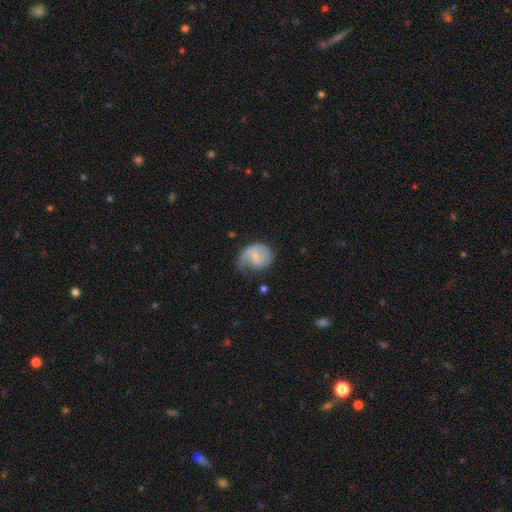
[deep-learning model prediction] A featured or disk galaxy (50%).

Vote fractions:
- Smooth or featured? featured or disk: 50% / smooth: 44% / star or artifact: 6%
- Merging? none: 38% / minor disturbance: 34% / major disturbance: 26% / merger: 2%